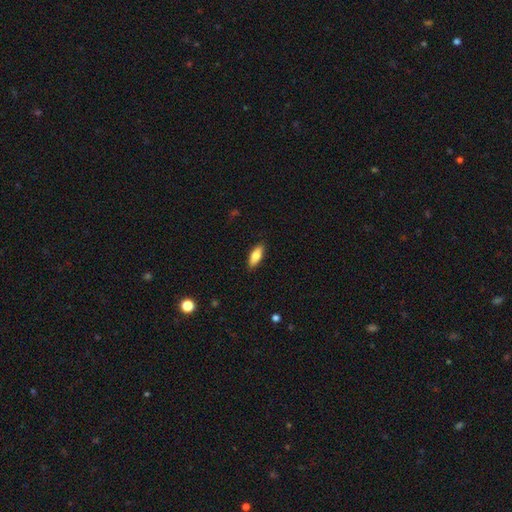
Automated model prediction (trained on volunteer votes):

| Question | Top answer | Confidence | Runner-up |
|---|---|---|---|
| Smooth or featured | smooth | 73% | featured or disk (21%) |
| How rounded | in between | 68% | cigar-shaped (29%) |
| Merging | none | 89% | minor disturbance (8%) |